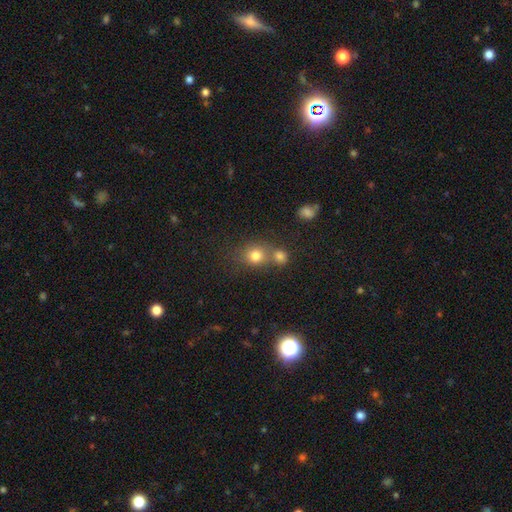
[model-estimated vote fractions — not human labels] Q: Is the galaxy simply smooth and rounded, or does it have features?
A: smooth — 78%.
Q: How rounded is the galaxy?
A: round — 78%.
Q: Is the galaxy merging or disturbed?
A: none — 50%.